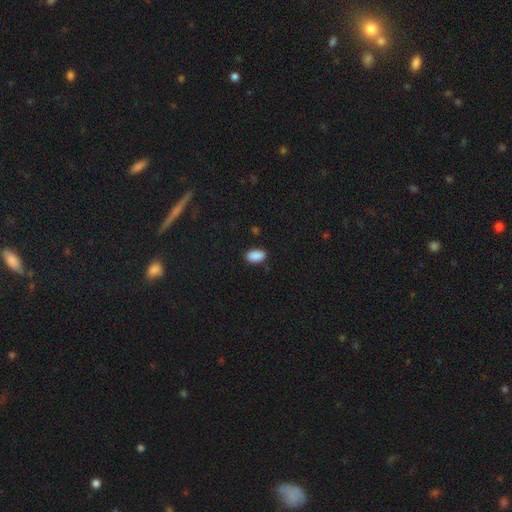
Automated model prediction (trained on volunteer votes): smooth 89%, star or artifact 8%, featured or disk 3%. Down the decision tree: how rounded — in between (93%); merging — none (85%).